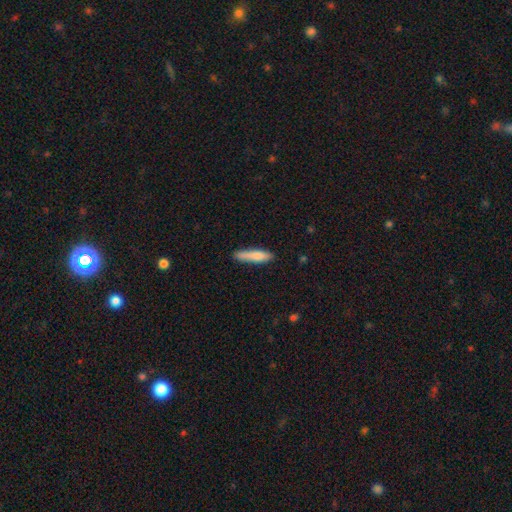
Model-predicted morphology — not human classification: Smooth or featured: smooth — 79% (featured or disk — 15%)
How rounded: cigar-shaped — 82% (in between — 16%)
Merging: none — 74% (minor disturbance — 20%)